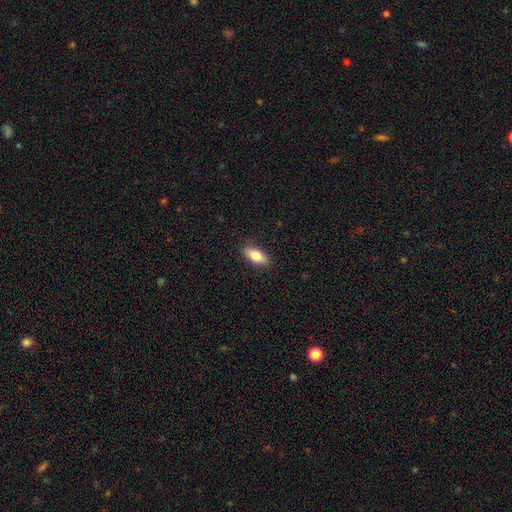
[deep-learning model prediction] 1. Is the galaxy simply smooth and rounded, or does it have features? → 84% smooth, 10% featured or disk, 7% star or artifact.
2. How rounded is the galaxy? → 87% in between, 10% cigar-shaped, 3% round.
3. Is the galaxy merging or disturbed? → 88% none, 9% minor disturbance, 2% major disturbance, 1% merger.